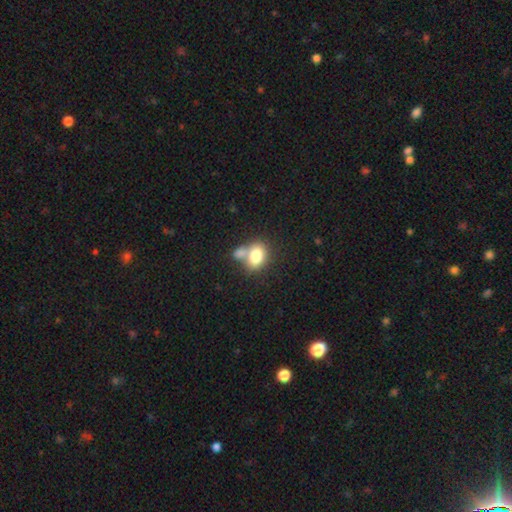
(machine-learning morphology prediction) This appears to be a smooth galaxy with no disk features (79%) that is in between round and cigar-shaped (70%). Merging: merger (43%).